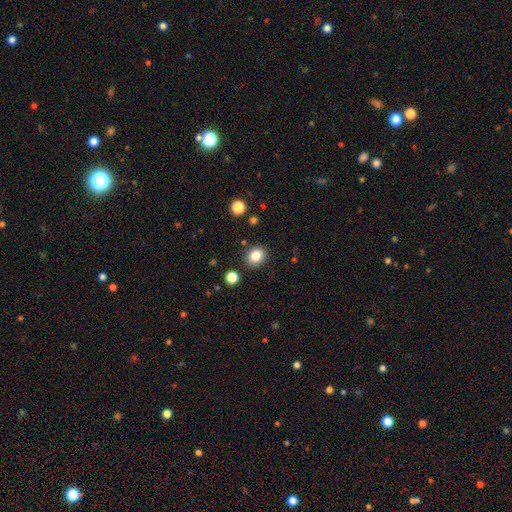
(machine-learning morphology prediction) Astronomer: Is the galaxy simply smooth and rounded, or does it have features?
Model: smooth — 84%.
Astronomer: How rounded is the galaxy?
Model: round — 61% (runner-up: in between, 38%).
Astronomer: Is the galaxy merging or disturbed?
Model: none — 88%.